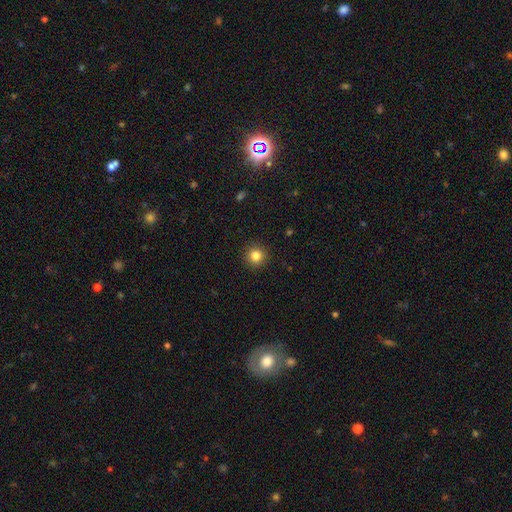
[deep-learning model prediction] This is clearly a smooth galaxy (83%). How rounded: clearly round (95%). Merging: clearly none (92%).